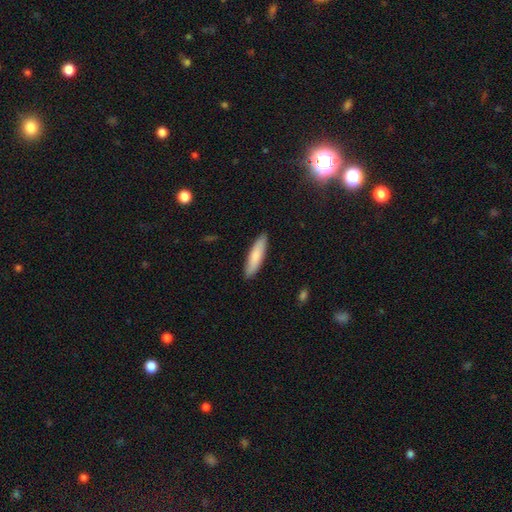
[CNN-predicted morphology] The model was most divided on "how rounded": cigar-shaped: 72%, in between: 27%, round: 1%. More confident: merging — none (89%); smooth or featured — smooth (81%).